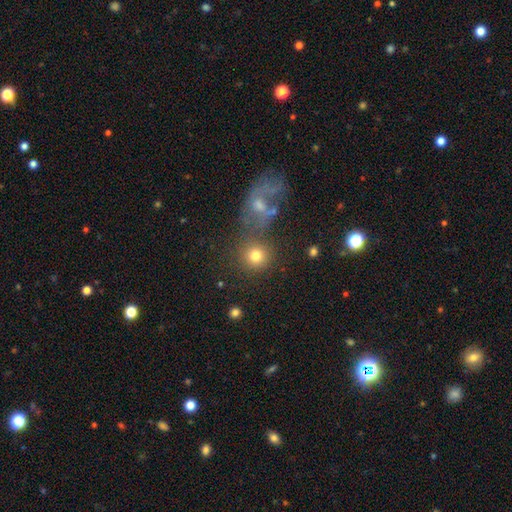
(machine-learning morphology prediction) Smooth or featured? smooth (78%)
How rounded? round (90%)
Merging? none (69%)